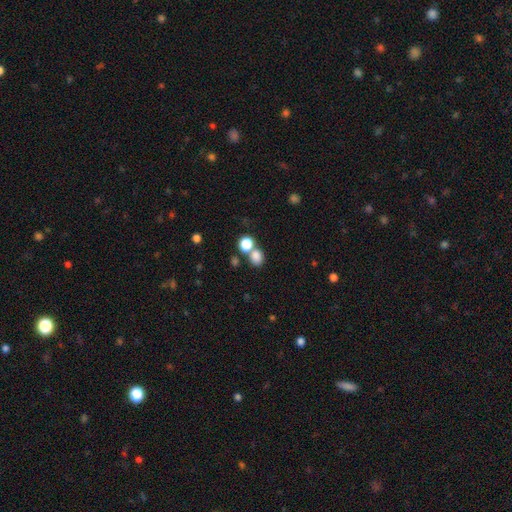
Smooth or featured? smooth (85%)
How rounded? round (76%)
Merging? none (59%)